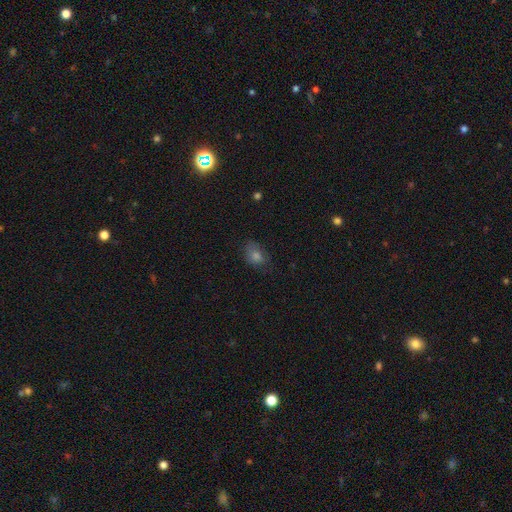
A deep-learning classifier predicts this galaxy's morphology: Smooth or featured: smooth — 69% (star or artifact — 18%)
How rounded: in between — 65% (round — 33%)
Merging: none — 67% (minor disturbance — 24%)